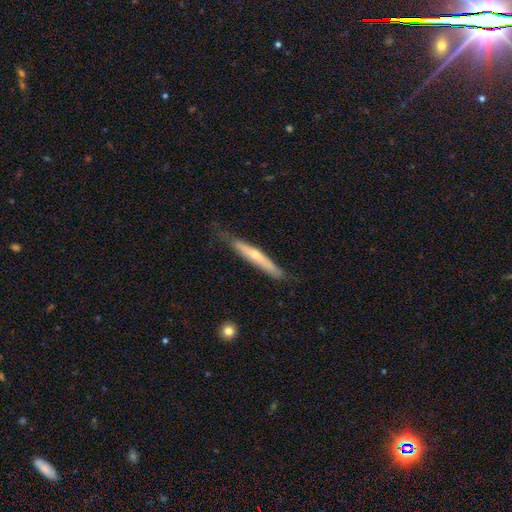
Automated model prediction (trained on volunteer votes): A featured or disk galaxy (52%) viewed edge-on (90%). Merging: none (74%).